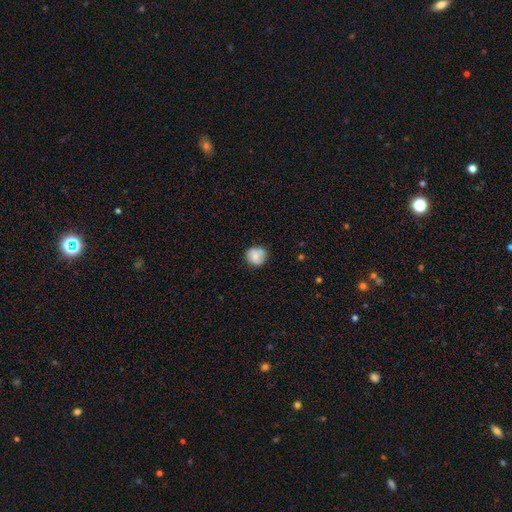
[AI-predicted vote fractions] Smooth or featured? Predicted: smooth (p=0.76). How rounded? Predicted: round (p=0.90). Merging? Predicted: none (p=0.80).